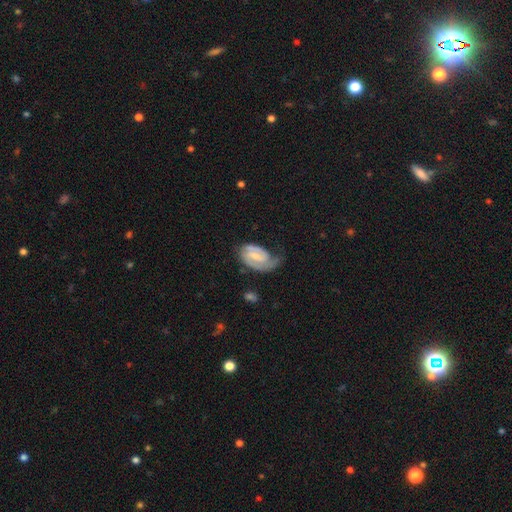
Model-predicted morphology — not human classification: Q: Smooth or featured?
A: featured or disk (80%); runner-up: smooth (15%)
Q: Edge-on disk?
A: no (97%); runner-up: yes (3%)
Q: Bar?
A: weak (55%); runner-up: strong (24%)
Q: Spiral arms?
A: yes (94%); runner-up: no (6%)
Q: Spiral winding?
A: tight (48%); runner-up: medium (40%)
Q: Spiral arm count?
A: 2 (63%); runner-up: 1 (24%)
Q: Bulge size?
A: small (47%); runner-up: moderate (34%)
Q: Merging?
A: none (48%); runner-up: minor disturbance (30%)